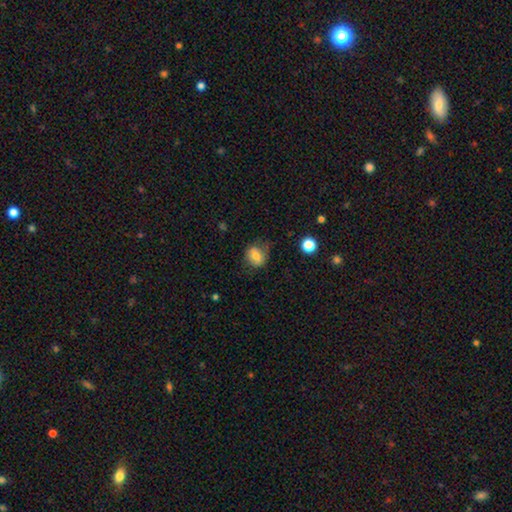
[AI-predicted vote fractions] Morphology: type=smooth (74%); roundness=round (57%); merging=none (65%).